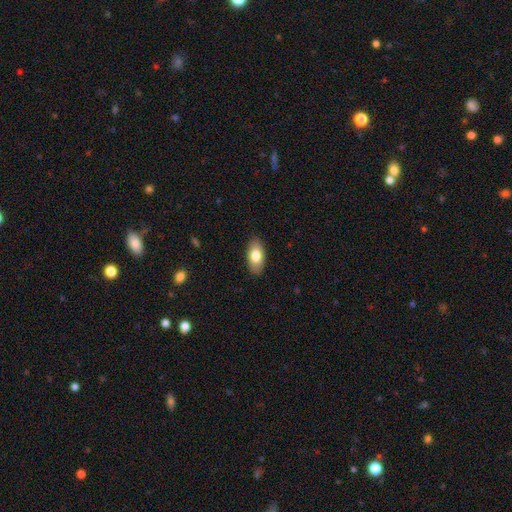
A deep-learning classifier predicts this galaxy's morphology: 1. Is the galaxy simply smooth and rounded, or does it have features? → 79% smooth, 14% featured or disk, 6% star or artifact.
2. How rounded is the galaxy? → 92% in between, 5% cigar-shaped, 4% round.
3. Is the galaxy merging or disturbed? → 88% none, 9% minor disturbance, 2% major disturbance, 1% merger.